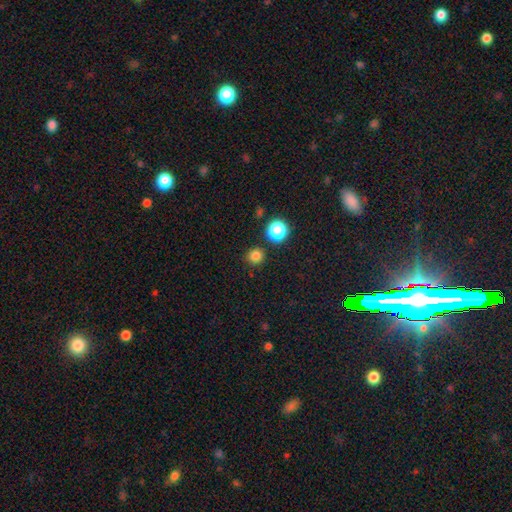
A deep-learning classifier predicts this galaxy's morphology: The model was most divided on "smooth or featured": smooth: 80%, star or artifact: 16%, featured or disk: 4%. More confident: how rounded — round (93%); merging — none (88%).